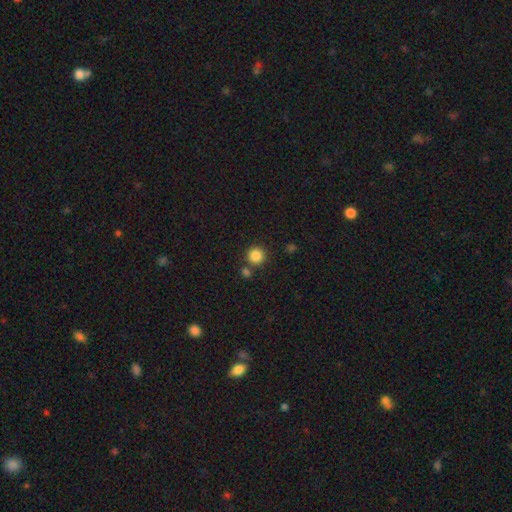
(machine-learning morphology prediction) The model was most divided on "merging": none: 79%, merger: 11%, minor disturbance: 7%, major disturbance: 3%. More confident: how rounded — round (94%); smooth or featured — smooth (86%).